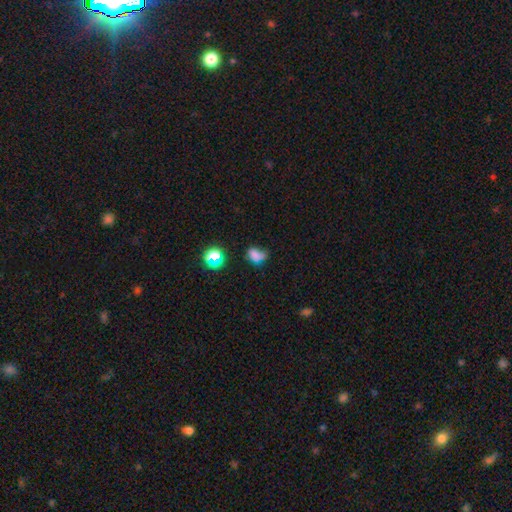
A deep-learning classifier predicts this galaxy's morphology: smooth 67%, star or artifact 18%, featured or disk 14%. Down the decision tree: how rounded — in between (74%); merging — none (34%).